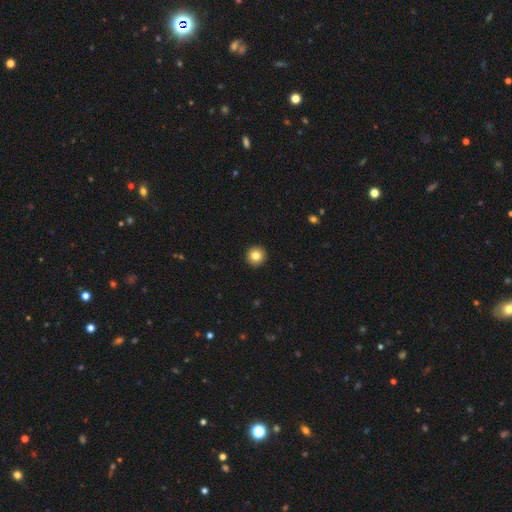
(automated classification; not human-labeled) Q: Smooth or featured?
A: smooth (82%); runner-up: star or artifact (10%)
Q: How rounded?
A: round (96%); runner-up: in between (3%)
Q: Merging?
A: none (94%); runner-up: minor disturbance (4%)